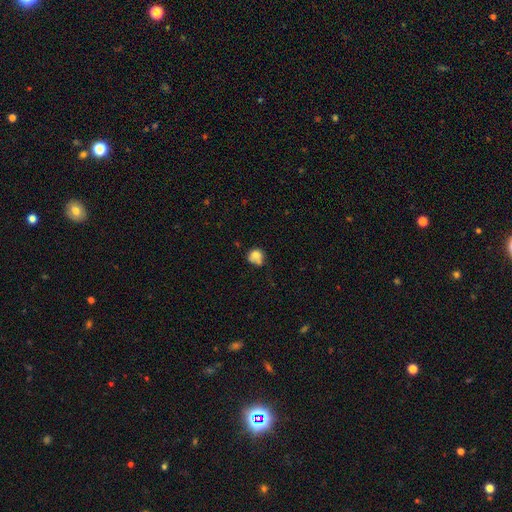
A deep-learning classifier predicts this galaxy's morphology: This appears to be a smooth galaxy with no disk features (75%) that is round (72%). Merging: none (41%).